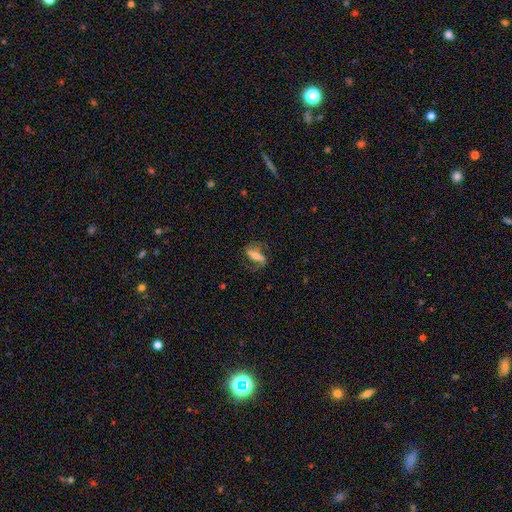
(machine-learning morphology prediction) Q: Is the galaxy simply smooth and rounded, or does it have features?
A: featured or disk — 60%.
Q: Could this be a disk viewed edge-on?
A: no — 80%.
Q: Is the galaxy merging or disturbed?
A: none — 66%.